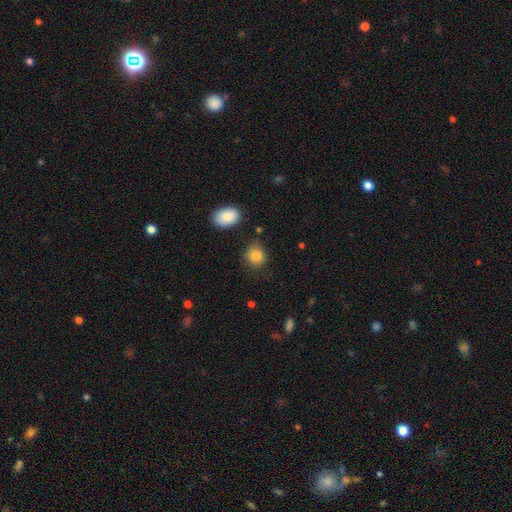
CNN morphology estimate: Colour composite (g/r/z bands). It shows a smooth galaxy with no disk features (85%) that is round (74%). Merging: none (74%).